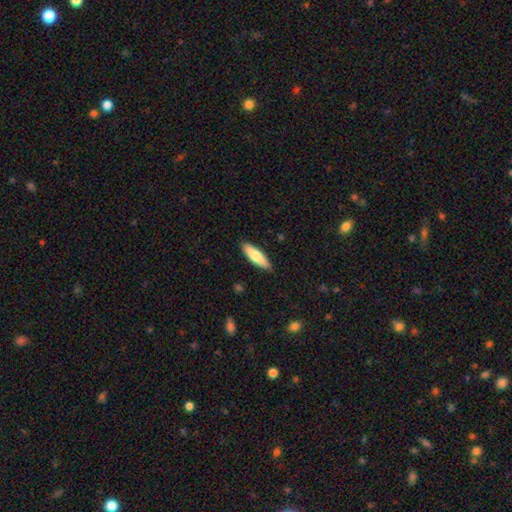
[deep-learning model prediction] Smooth or featured?
  - smooth: 76% *
  - featured or disk: 18%
  - star or artifact: 5%
How rounded?
  - cigar-shaped: 57% *
  - in between: 42%
  - round: 2%
Merging?
  - none: 88% *
  - minor disturbance: 9%
  - major disturbance: 2%
  - merger: 1%